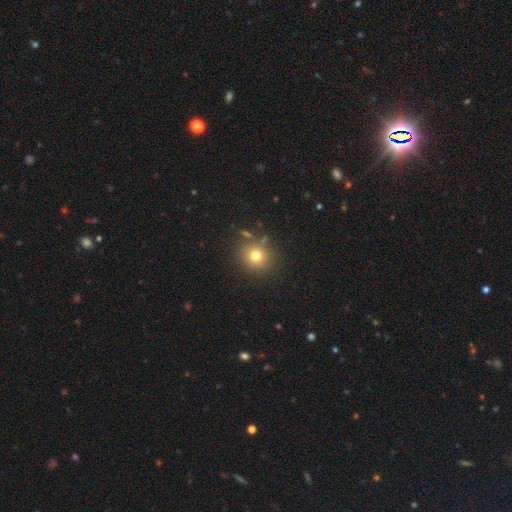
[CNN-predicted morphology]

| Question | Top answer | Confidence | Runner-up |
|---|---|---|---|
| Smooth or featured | smooth | 75% | star or artifact (15%) |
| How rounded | round | 87% | in between (12%) |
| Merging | none | 83% | minor disturbance (9%) |